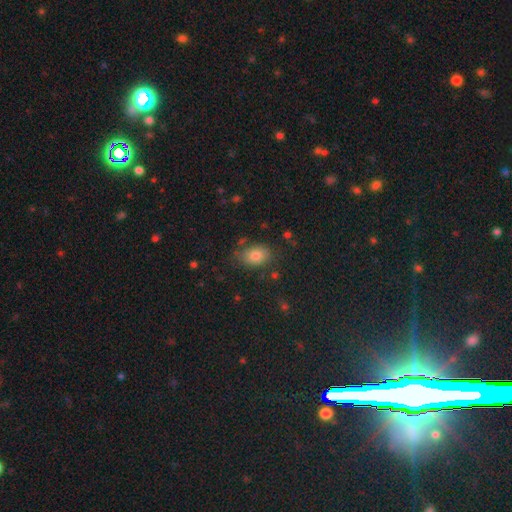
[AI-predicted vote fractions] Smooth or featured? smooth (76%)
How rounded? in between (75%)
Merging? none (77%)